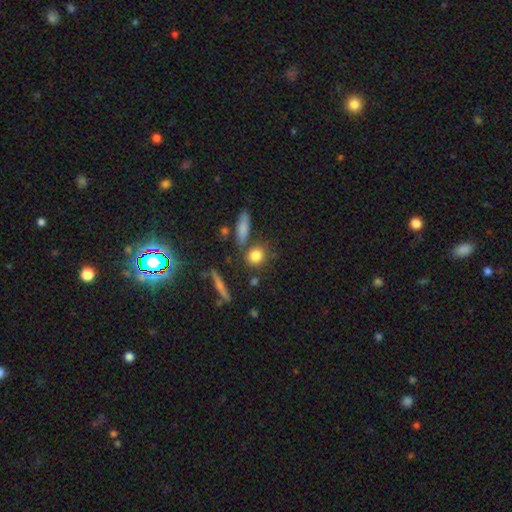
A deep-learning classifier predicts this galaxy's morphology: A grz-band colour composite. It shows a smooth galaxy with no disk features (82%) that is round (73%). Merging: none (73%).